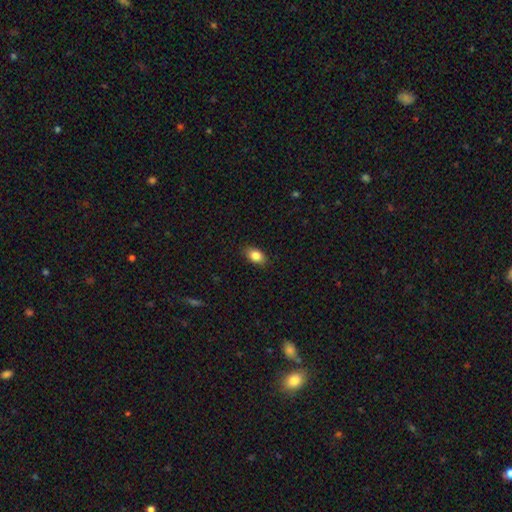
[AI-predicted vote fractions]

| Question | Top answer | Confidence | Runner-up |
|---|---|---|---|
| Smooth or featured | smooth | 85% | star or artifact (8%) |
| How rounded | in between | 87% | round (11%) |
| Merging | none | 87% | minor disturbance (10%) |